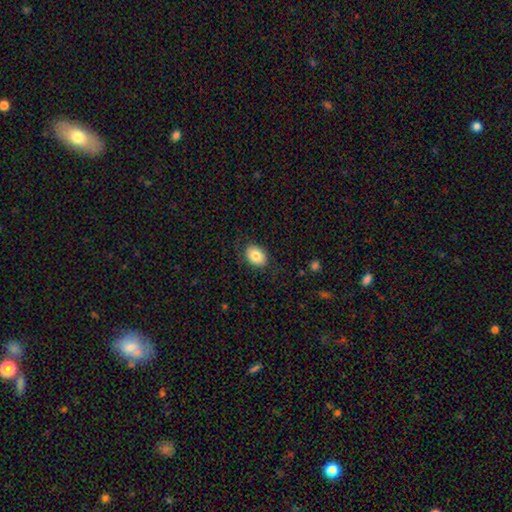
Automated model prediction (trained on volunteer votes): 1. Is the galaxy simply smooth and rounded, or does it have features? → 81% smooth, 12% featured or disk, 8% star or artifact.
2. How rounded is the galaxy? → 77% in between, 22% round, 1% cigar-shaped.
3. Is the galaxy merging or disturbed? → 81% none, 13% minor disturbance, 5% major disturbance, 1% merger.